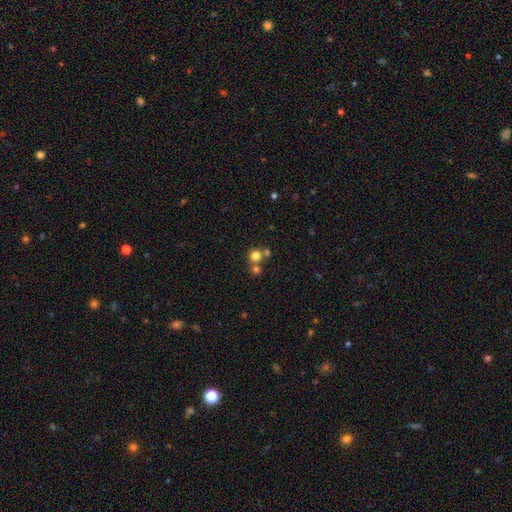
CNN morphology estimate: Overall: smooth (76%). How rounded: round (90%). Merging: none (55%; merger 36%).